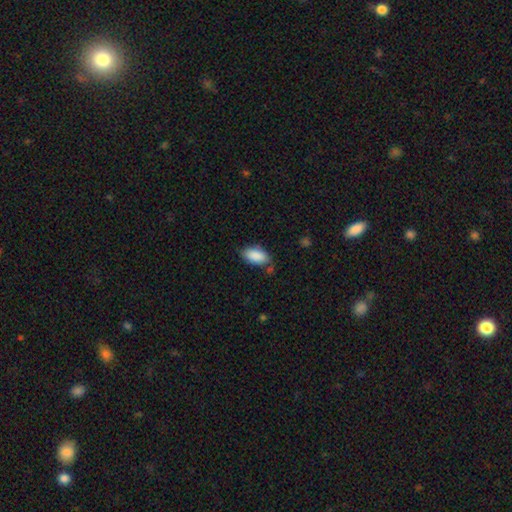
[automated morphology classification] smooth 89%, star or artifact 6%, featured or disk 5%. Down the decision tree: how rounded — in between (94%); merging — none (72%).